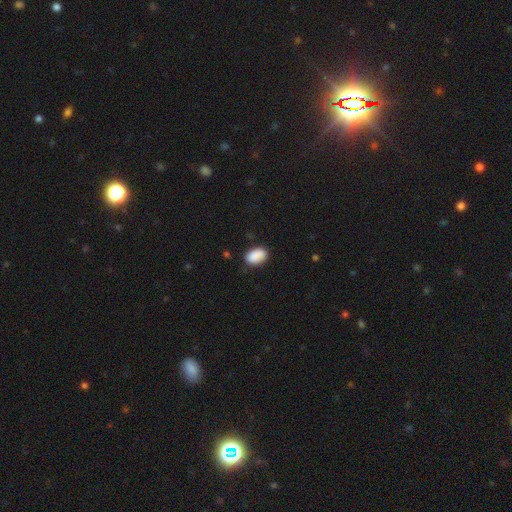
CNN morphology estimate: smooth-or-featured: smooth: 90% | star or artifact: 7% | featured or disk: 3%
  how-rounded: in between: 90% | round: 8% | cigar-shaped: 1%
  merging: none: 82% | minor disturbance: 14% | major disturbance: 3% | merger: 1%